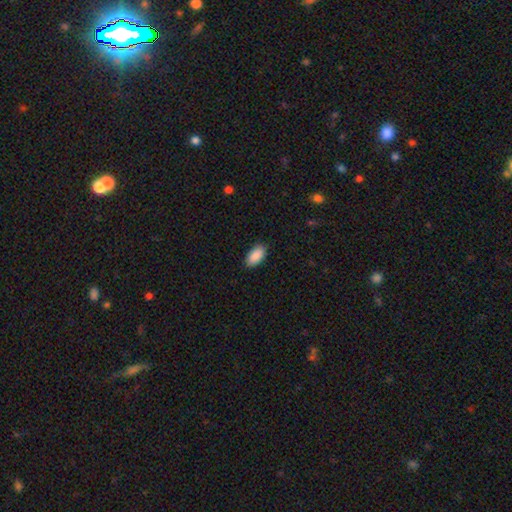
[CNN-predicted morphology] This appears to be a smooth galaxy with no disk features (91%) that is in between round and cigar-shaped (94%). Merging: none (87%).